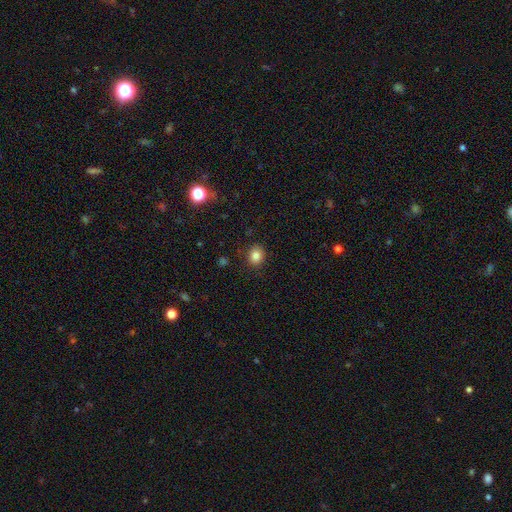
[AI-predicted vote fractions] smooth-or-featured: smooth: 83% | star or artifact: 11% | featured or disk: 5%
  how-rounded: round: 66% | in between: 33% | cigar-shaped: 1%
  merging: none: 88% | minor disturbance: 9% | major disturbance: 3% | merger: 1%